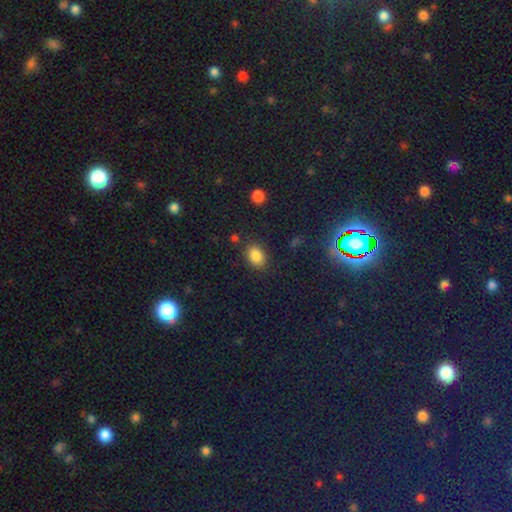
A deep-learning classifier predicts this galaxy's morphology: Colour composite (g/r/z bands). It shows a smooth galaxy with no disk features (83%) that is in between round and cigar-shaped (71%). Merging: none (82%).